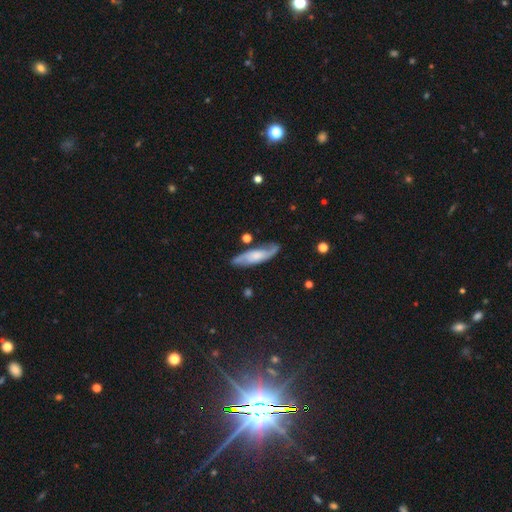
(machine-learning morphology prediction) The model was most divided on "smooth or featured": featured or disk: 65%, smooth: 29%, star or artifact: 6%. More confident: edge-on disk — no (77%); merging — none (76%).